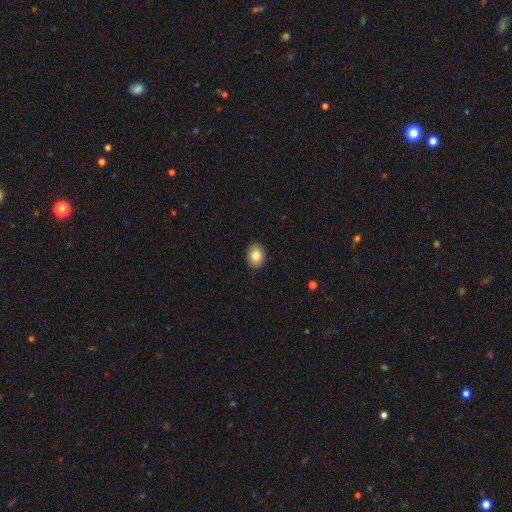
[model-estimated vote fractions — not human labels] Overall: smooth (82%). How rounded: in between (51%; round 48%). Merging: none (90%).